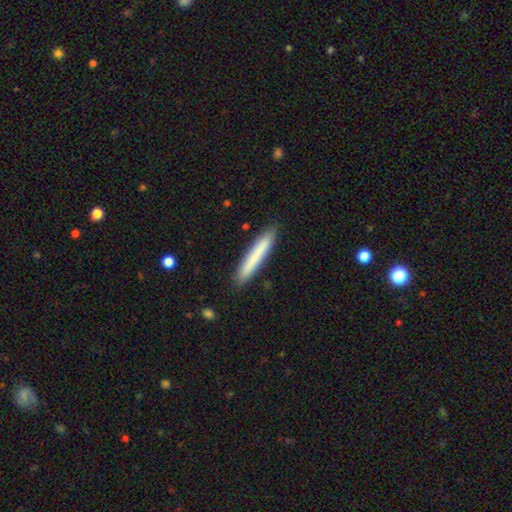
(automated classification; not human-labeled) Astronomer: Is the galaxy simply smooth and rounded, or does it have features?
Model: smooth — 79%.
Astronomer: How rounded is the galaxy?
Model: cigar-shaped — 95%.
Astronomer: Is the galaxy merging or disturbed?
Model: none — 89%.